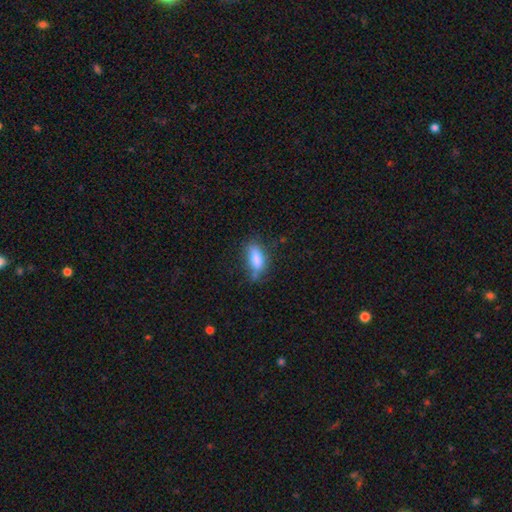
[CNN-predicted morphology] Smooth or featured? Predicted: smooth (p=0.77). How rounded? Predicted: in between (p=0.65). Merging? Predicted: none (p=0.60).